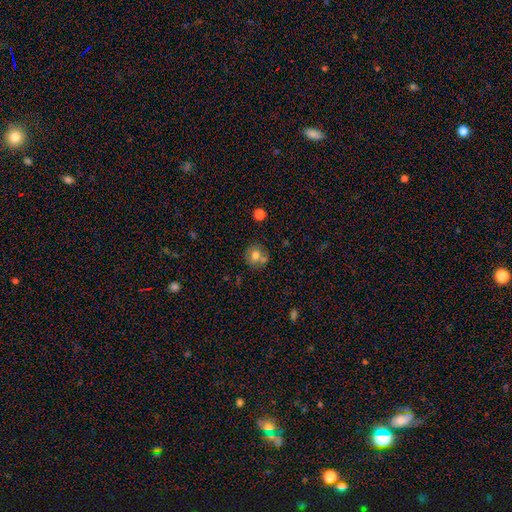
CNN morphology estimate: Overall: smooth (72%). How rounded: round (80%). Merging: none (60%; merger 23%).